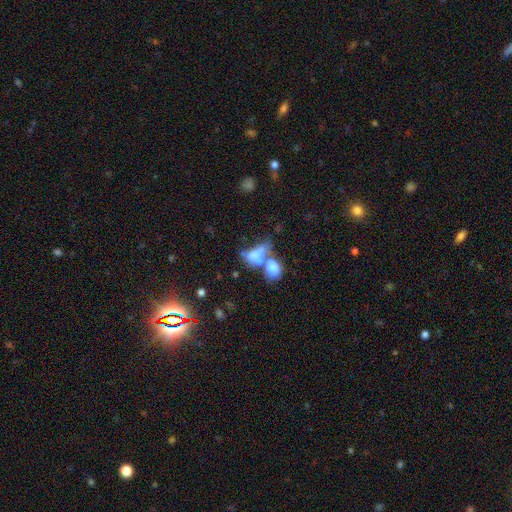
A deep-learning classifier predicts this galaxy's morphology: Smooth or featured? Predicted: smooth (p=0.58). How rounded? Predicted: in between (p=0.77). Merging? Predicted: merger (p=0.65).